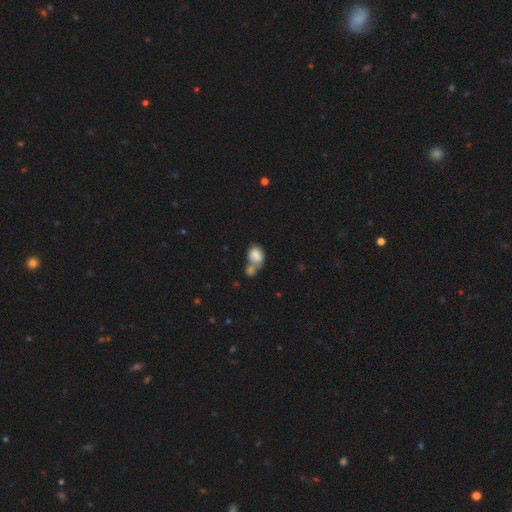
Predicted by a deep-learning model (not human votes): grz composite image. It shows a smooth galaxy with no disk features (82%) that is in between round and cigar-shaped (73%). Merging: merger (61%).